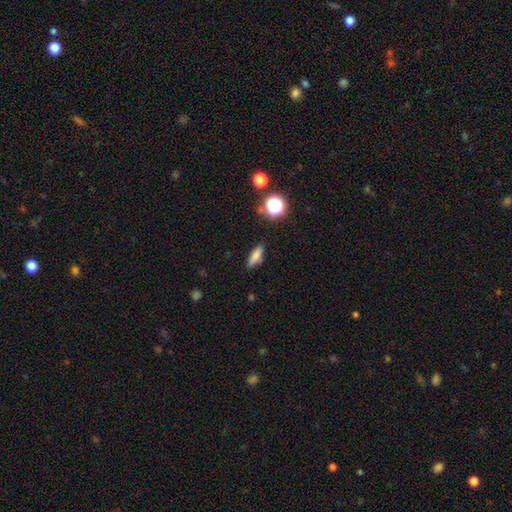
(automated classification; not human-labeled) This appears to be a smooth galaxy with no disk features (76%) that is in between round and cigar-shaped (52%). Merging: none (83%).